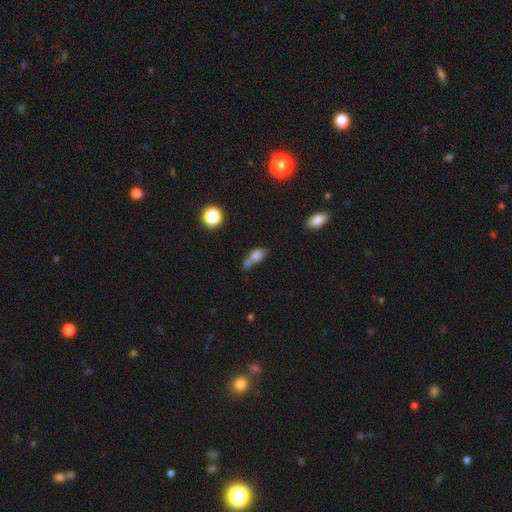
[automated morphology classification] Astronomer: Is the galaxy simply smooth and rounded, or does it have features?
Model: smooth — 74%.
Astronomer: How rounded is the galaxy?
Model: in between — 73%.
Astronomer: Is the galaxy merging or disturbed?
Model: merger — 50% (runner-up: none, 26%).